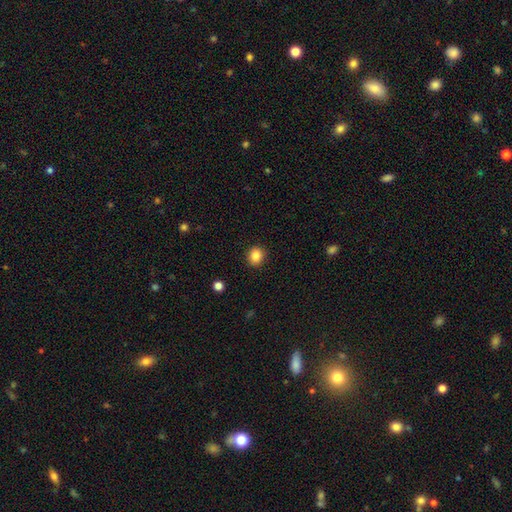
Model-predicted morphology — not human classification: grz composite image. It shows a smooth galaxy with no disk features (85%) that is round (83%). Merging: none (91%).